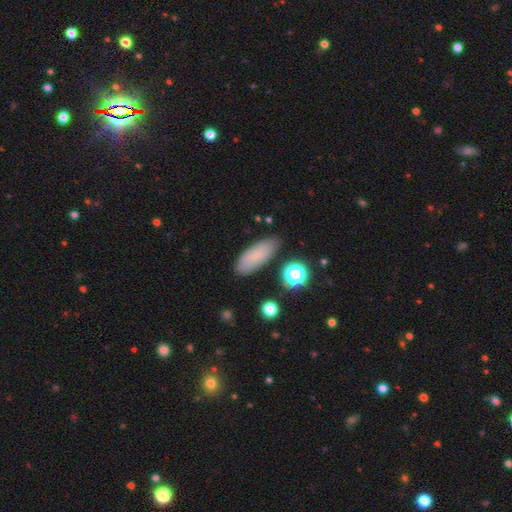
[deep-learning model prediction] This is clearly a smooth galaxy (81%). How rounded: likely in between (71%). Merging: clearly none (84%).